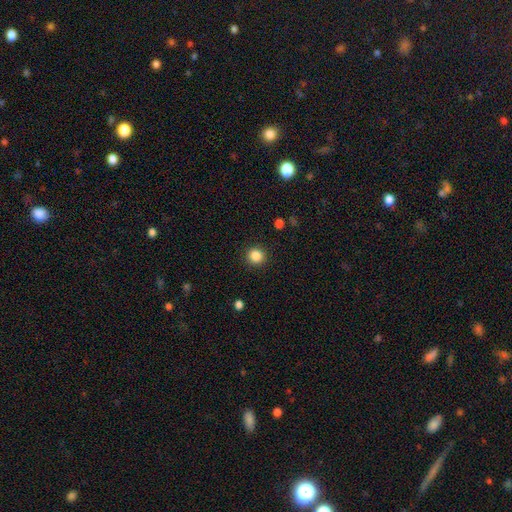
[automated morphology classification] Q: Smooth or featured?
A: smooth (86%); runner-up: star or artifact (10%)
Q: How rounded?
A: round (93%); runner-up: in between (6%)
Q: Merging?
A: none (91%); runner-up: minor disturbance (6%)